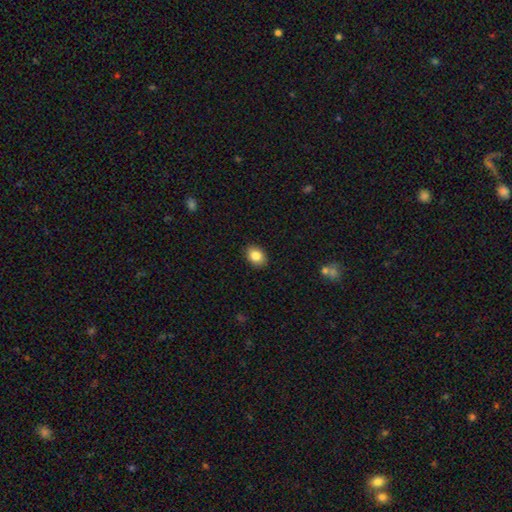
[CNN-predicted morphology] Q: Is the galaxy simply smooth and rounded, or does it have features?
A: smooth — 85%.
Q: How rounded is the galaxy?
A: in between — 67%.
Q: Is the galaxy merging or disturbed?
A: none — 90%.